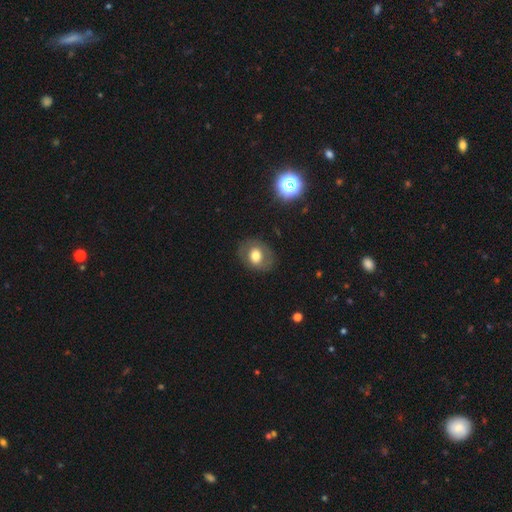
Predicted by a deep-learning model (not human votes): smooth 63%, featured or disk 27%, star or artifact 10%. Down the decision tree: how rounded — round (54%); merging — none (78%).